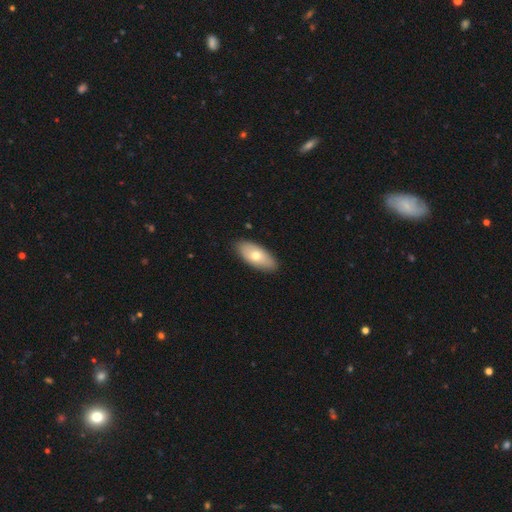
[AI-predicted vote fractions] The model was most divided on "smooth or featured": smooth: 68%, featured or disk: 27%, star or artifact: 6%. More confident: how rounded — in between (89%); merging — none (88%).